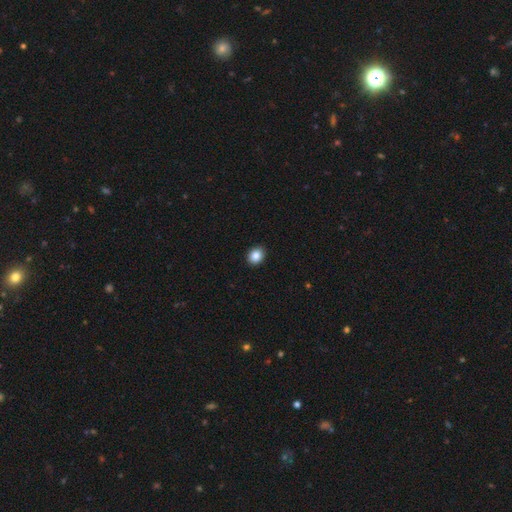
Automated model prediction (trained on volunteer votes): A smooth galaxy with no disk features (86%) that is round (64%). Merging: none (92%).